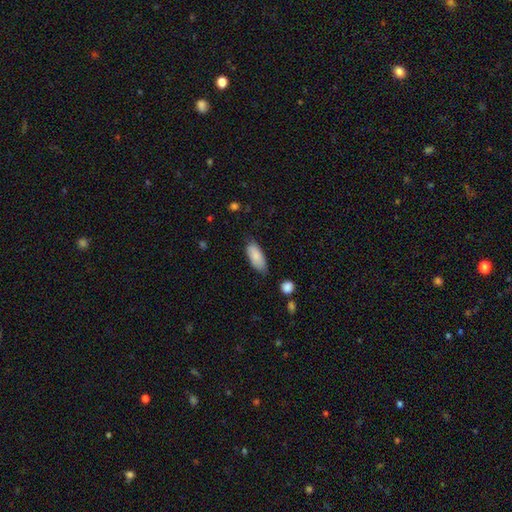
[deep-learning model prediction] Morphology: type=smooth (87%); roundness=in between (85%); merging=none (74%).